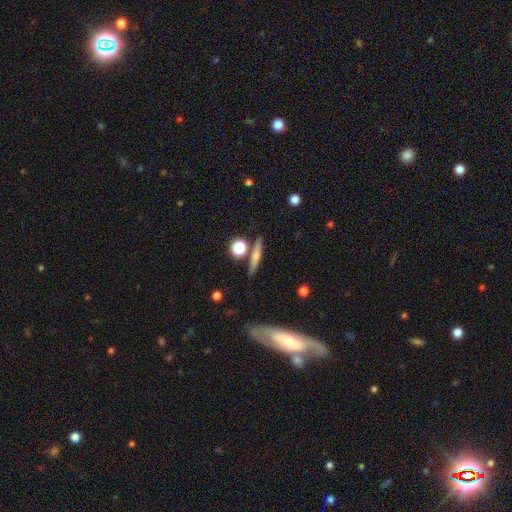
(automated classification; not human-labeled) Smooth or featured? smooth (52%)
How rounded? cigar-shaped (81%)
Merging? none (81%)